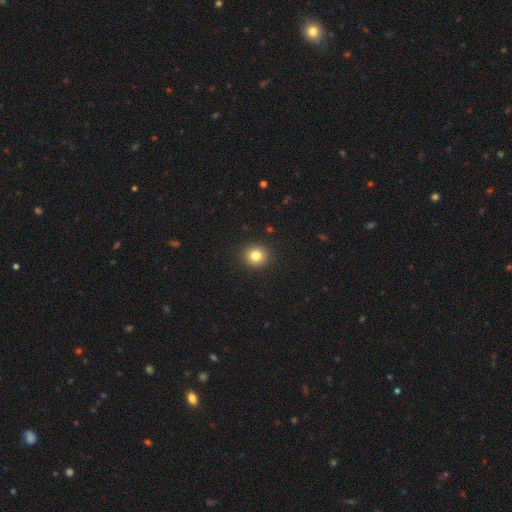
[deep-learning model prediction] smooth 82%, star or artifact 12%, featured or disk 7%. Down the decision tree: how rounded — round (89%); merging — none (92%).